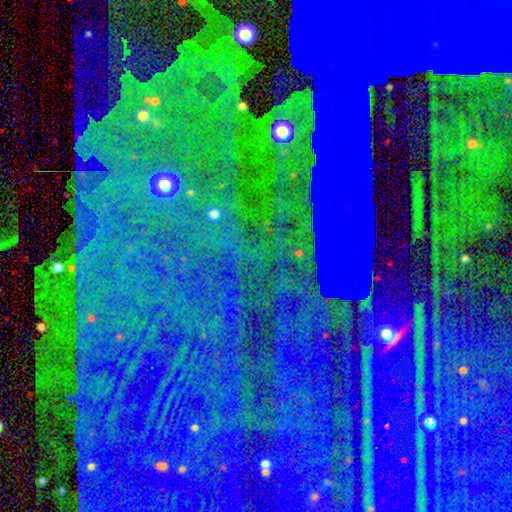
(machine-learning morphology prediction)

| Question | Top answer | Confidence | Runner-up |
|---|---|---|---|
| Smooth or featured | star or artifact | 85% | smooth (8%) |